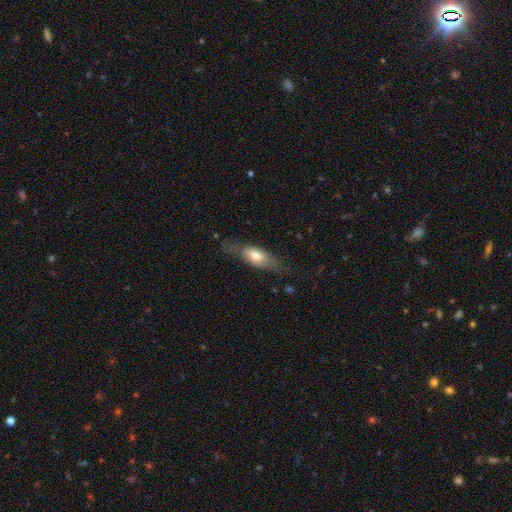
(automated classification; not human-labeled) A smooth galaxy with no disk features (62%) that is in between round and cigar-shaped (66%).

Vote fractions:
- Smooth or featured? smooth: 62% / featured or disk: 31% / star or artifact: 7%
- How rounded? in between: 66% / cigar-shaped: 30% / round: 3%
- Merging? none: 62% / minor disturbance: 24% / major disturbance: 12% / merger: 2%